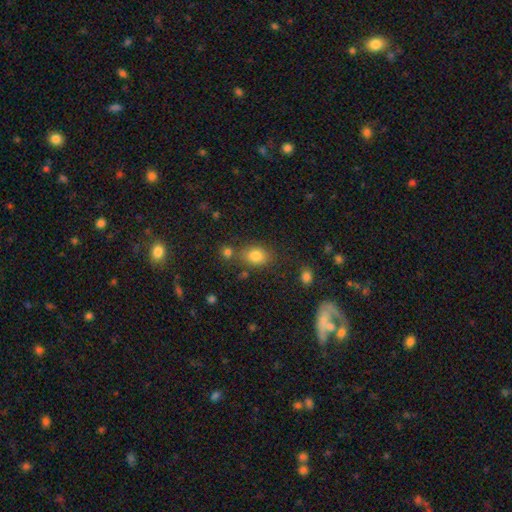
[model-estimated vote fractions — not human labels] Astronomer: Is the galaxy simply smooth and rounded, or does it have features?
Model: smooth — 81%.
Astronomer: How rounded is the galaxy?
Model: in between — 63%.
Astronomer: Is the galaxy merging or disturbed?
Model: none — 69%.